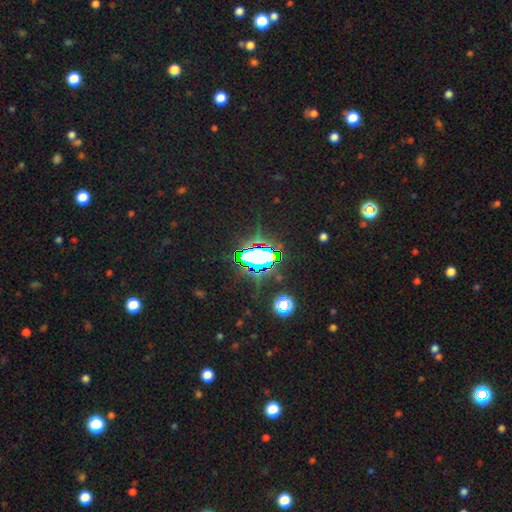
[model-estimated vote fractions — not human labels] A star or artifact, not a galaxy (70%).